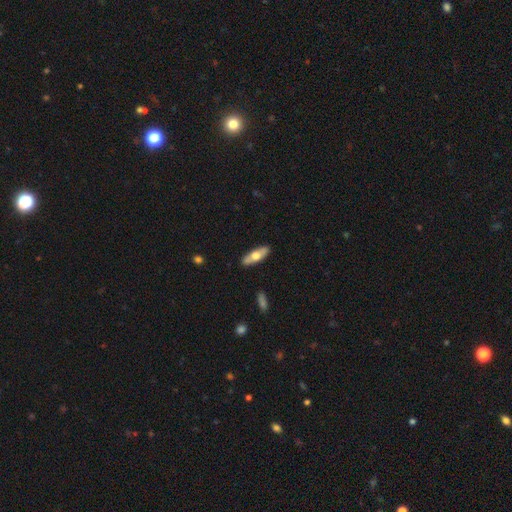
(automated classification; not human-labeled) Morphology: type=smooth (55%); roundness=in between (59%); merging=none (87%).